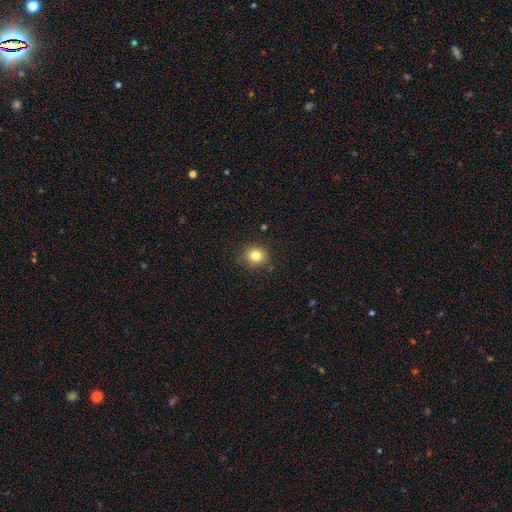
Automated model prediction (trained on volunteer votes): smooth-or-featured: smooth: 82% | star or artifact: 12% | featured or disk: 6%
  how-rounded: round: 83% | in between: 17% | cigar-shaped: 1%
  merging: none: 88% | minor disturbance: 9% | major disturbance: 2% | merger: 1%